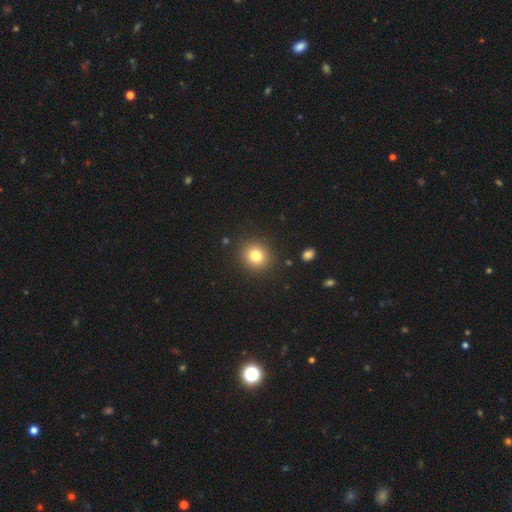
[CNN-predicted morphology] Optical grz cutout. It shows a smooth galaxy with no disk features (79%) that is round (84%). Merging: none (89%).